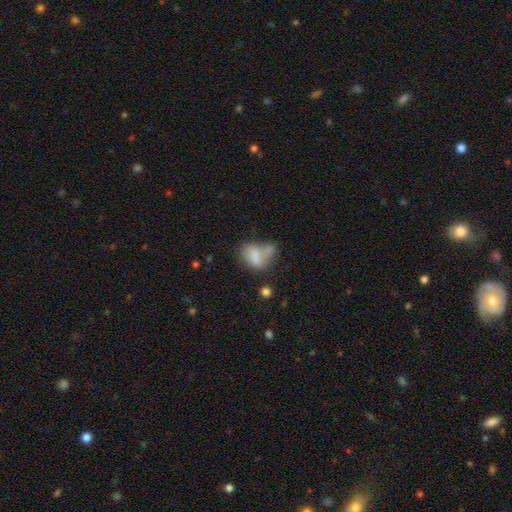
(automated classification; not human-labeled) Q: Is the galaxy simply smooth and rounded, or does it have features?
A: smooth — 68%.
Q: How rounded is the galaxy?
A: in between — 75%.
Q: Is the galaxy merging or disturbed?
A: merger — 42%.